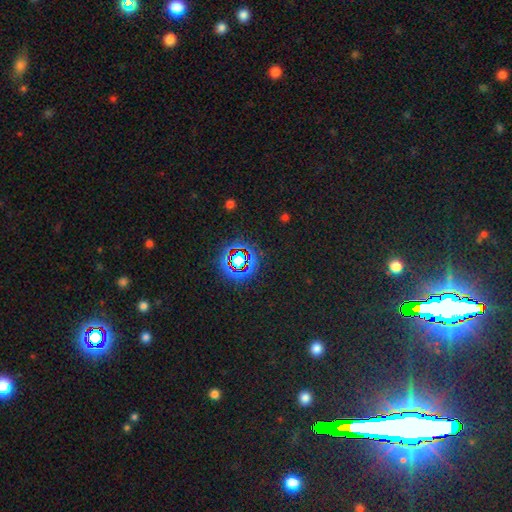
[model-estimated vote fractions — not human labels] A star or artifact, not a galaxy (69%).

Vote fractions:
- Smooth or featured? star or artifact: 69% / featured or disk: 16% / smooth: 15%